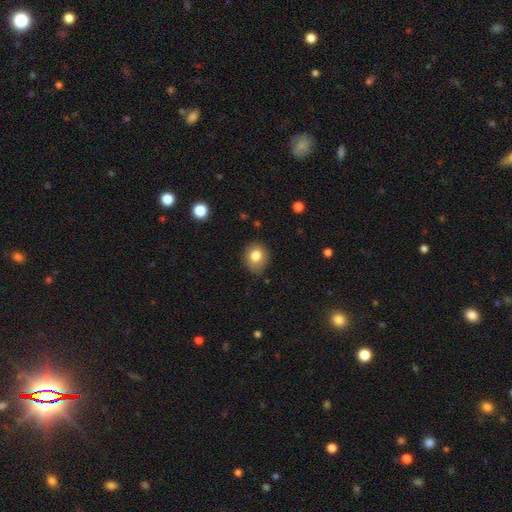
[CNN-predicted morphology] A smooth galaxy with no disk features (79%) that is round (74%).

Vote fractions:
- Smooth or featured? smooth: 79% / star or artifact: 10% / featured or disk: 10%
- How rounded? round: 74% / in between: 25% / cigar-shaped: 1%
- Merging? none: 77% / minor disturbance: 18% / major disturbance: 4% / merger: 2%